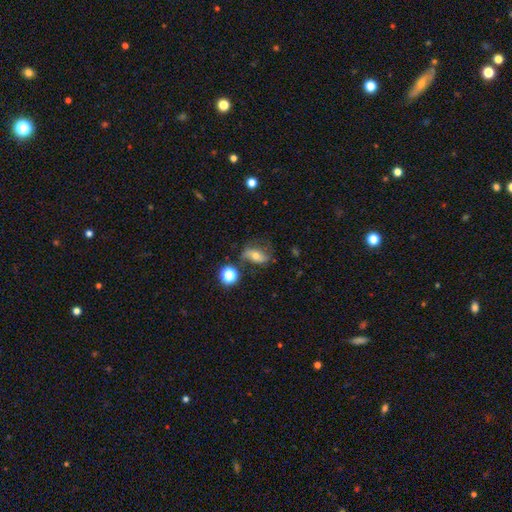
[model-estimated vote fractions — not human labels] Smooth or featured? featured or disk (44%)
Merging? none (54%)